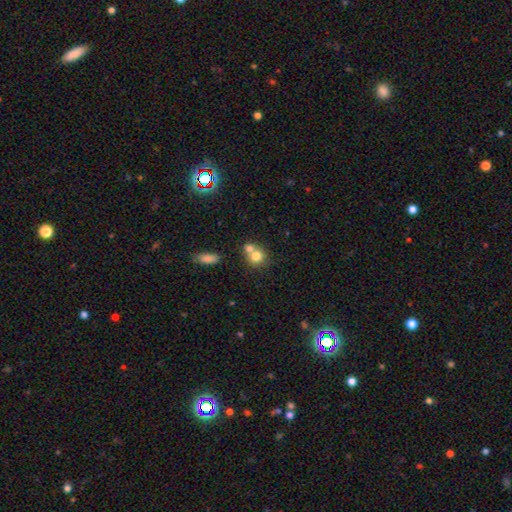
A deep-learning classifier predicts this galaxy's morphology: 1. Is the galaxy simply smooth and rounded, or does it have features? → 75% smooth, 14% featured or disk, 11% star or artifact.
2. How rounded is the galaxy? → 78% round, 20% in between, 1% cigar-shaped.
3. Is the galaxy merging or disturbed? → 55% merger, 35% none, 7% minor disturbance, 3% major disturbance.